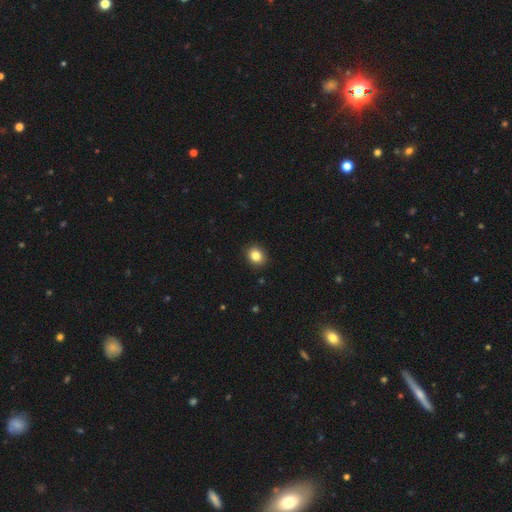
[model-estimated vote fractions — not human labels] smooth 84%, star or artifact 10%, featured or disk 6%. Down the decision tree: how rounded — round (65%); merging — none (91%).